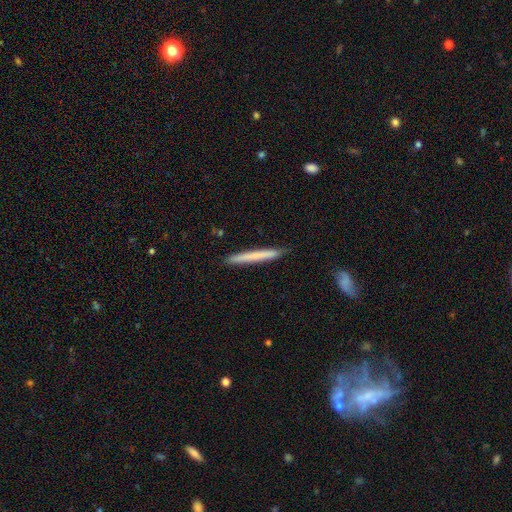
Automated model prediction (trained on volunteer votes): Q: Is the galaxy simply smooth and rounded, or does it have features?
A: smooth — 67%.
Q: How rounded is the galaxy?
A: cigar-shaped — 97%.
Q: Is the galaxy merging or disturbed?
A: none — 90%.